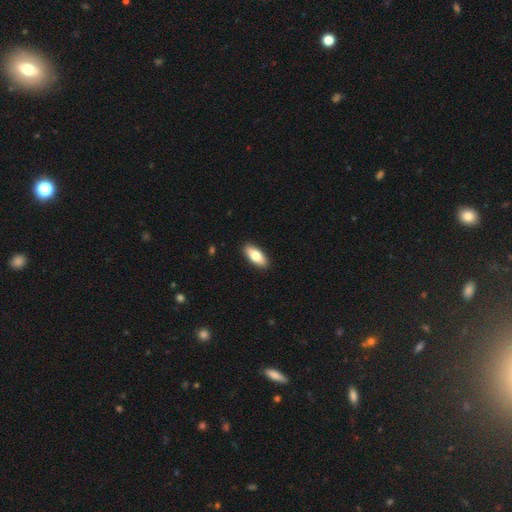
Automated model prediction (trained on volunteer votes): smooth 76%, featured or disk 18%, star or artifact 6%. Down the decision tree: how rounded — in between (81%); merging — none (91%).